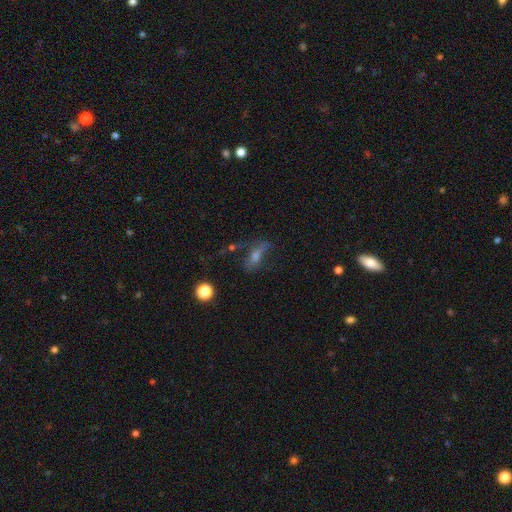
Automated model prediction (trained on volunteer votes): Smooth or featured: featured or disk — 45% (smooth — 34%)
Merging: none — 50% (major disturbance — 22%)